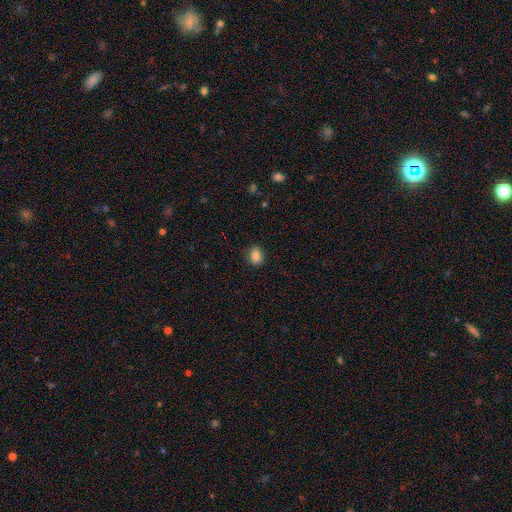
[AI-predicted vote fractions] Smooth or featured? Predicted: smooth (p=0.86). How rounded? Predicted: in between (p=0.54). Merging? Predicted: none (p=0.85).